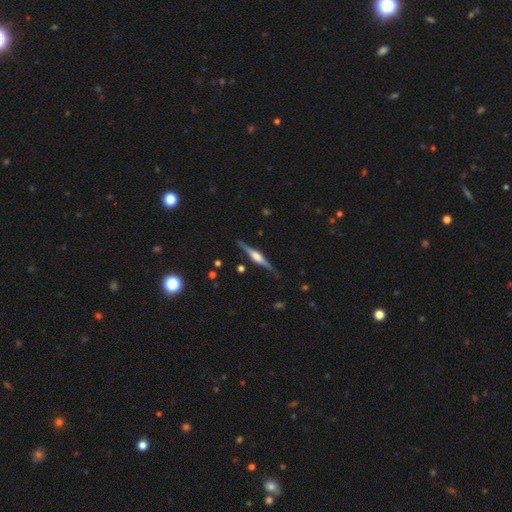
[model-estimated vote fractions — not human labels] smooth-or-featured: featured or disk: 81% | smooth: 14% | star or artifact: 5%
  disk-edge-on: yes: 98% | no: 2%
    edge-on-bulge: rounded: 78% | boxy: 18% | none: 4%
  merging: none: 88% | minor disturbance: 9% | major disturbance: 2% | merger: 1%